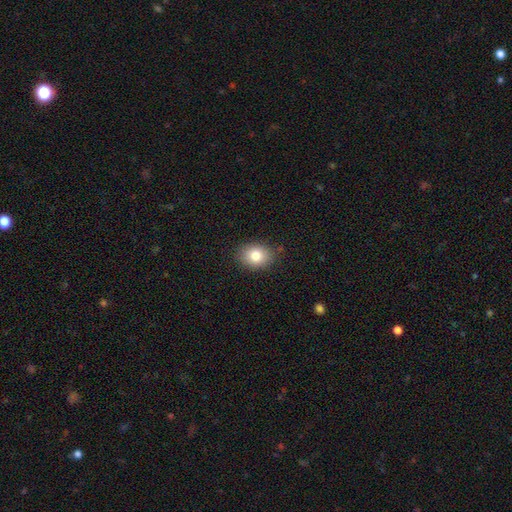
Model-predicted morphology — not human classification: Smooth or featured: smooth — 80% (featured or disk — 10%)
How rounded: in between — 61% (round — 38%)
Merging: none — 86% (minor disturbance — 11%)